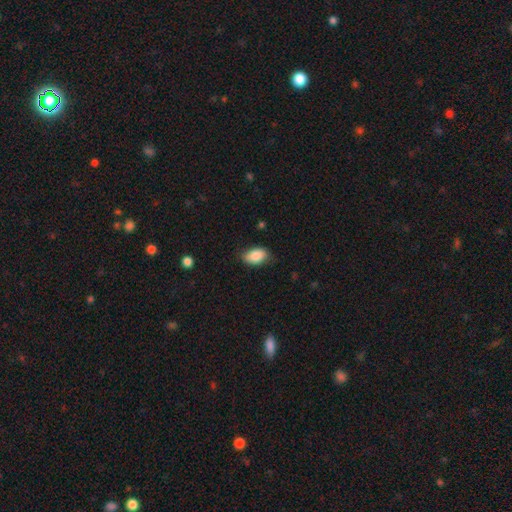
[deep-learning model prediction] smooth_or_featured: smooth (p=0.87) [alt: star or artifact p=0.07]
how_rounded: in between (p=0.91) [alt: round p=0.07]
merging: none (p=0.77) [alt: minor disturbance p=0.19]